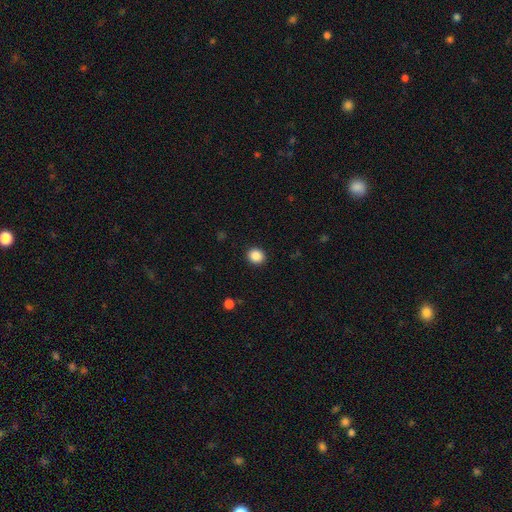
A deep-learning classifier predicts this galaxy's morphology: smooth_or_featured: smooth (p=0.87) [alt: star or artifact p=0.10]
how_rounded: round (p=0.83) [alt: in between p=0.16]
merging: none (p=0.92) [alt: minor disturbance p=0.05]